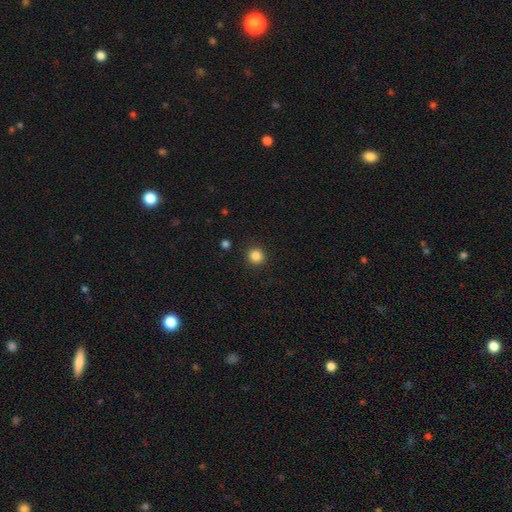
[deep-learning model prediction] Smooth or featured? Predicted: smooth (p=0.85). How rounded? Predicted: round (p=0.93). Merging? Predicted: none (p=0.91).